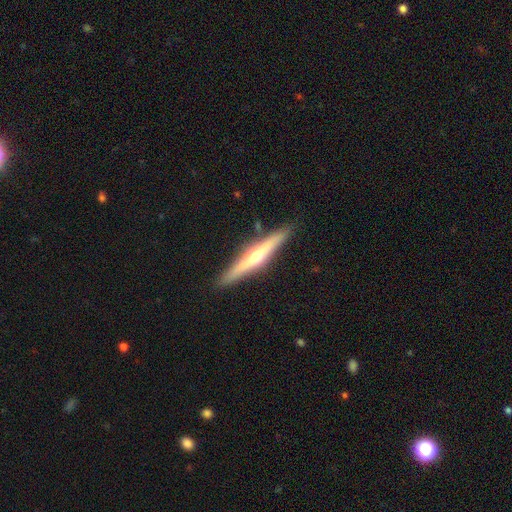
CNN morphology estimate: Smooth or featured? featured or disk (71%)
Edge-on disk? yes (97%)
Edge-on bulge? rounded (86%)
Merging? none (90%)